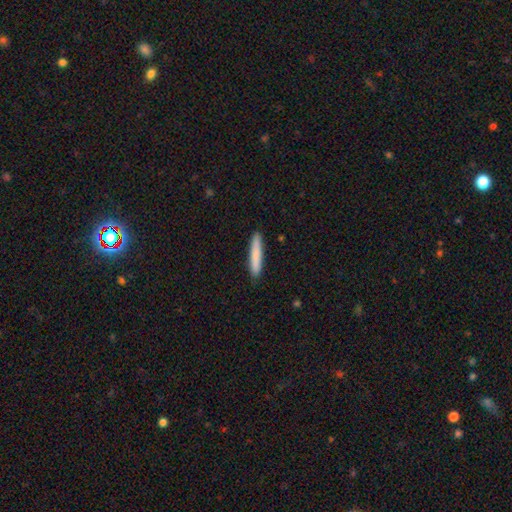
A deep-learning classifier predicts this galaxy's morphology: smooth-or-featured: smooth: 83% | featured or disk: 12% | star or artifact: 6%
  how-rounded: cigar-shaped: 93% | in between: 6% | round: 1%
  merging: none: 89% | minor disturbance: 8% | major disturbance: 2% | merger: 1%